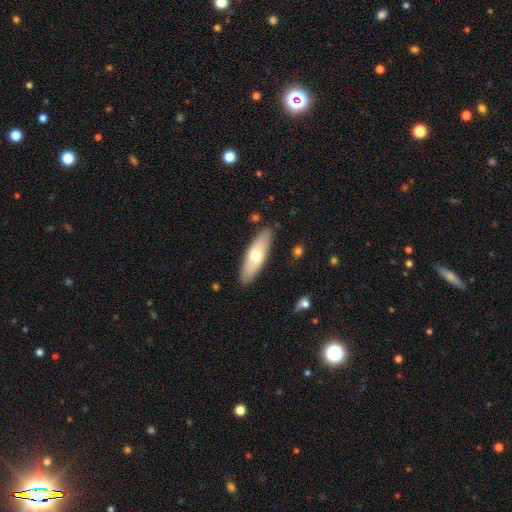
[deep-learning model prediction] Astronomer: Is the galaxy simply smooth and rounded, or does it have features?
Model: smooth — 62%.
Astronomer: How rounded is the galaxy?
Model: in between — 51% (runner-up: cigar-shaped, 47%).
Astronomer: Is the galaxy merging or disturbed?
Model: none — 87%.